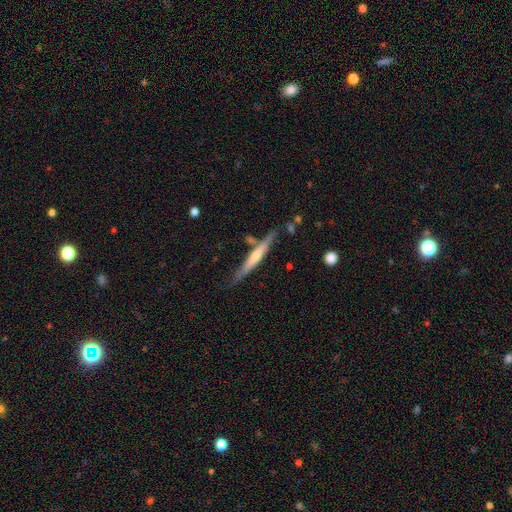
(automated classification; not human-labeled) Smooth or featured?
  - featured or disk: 67% *
  - smooth: 27%
  - star or artifact: 6%
Edge-on disk?
  - yes: 96% *
  - no: 4%
Edge-on bulge?
  - rounded: 61% *
  - none: 30%
  - boxy: 9%
Merging?
  - none: 79% *
  - minor disturbance: 13%
  - merger: 5%
  - major disturbance: 3%